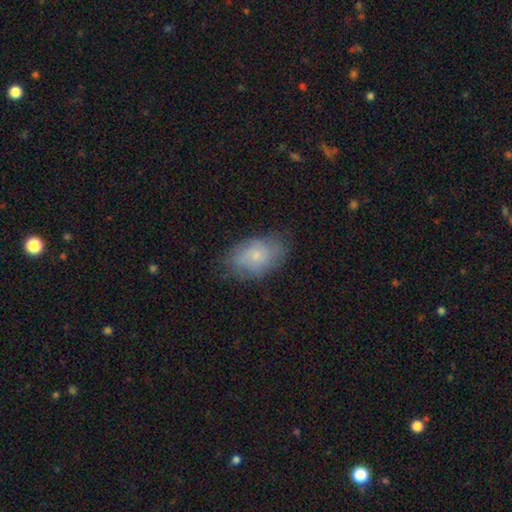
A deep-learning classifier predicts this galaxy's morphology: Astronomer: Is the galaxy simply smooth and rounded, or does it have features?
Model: smooth — 66%.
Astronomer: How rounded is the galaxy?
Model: in between — 88%.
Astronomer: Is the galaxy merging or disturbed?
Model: none — 71%.